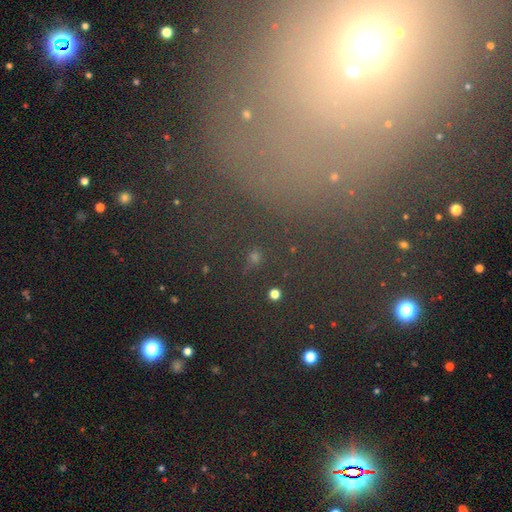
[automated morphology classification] This is possibly a star or artifact rather than a galaxy (59%).